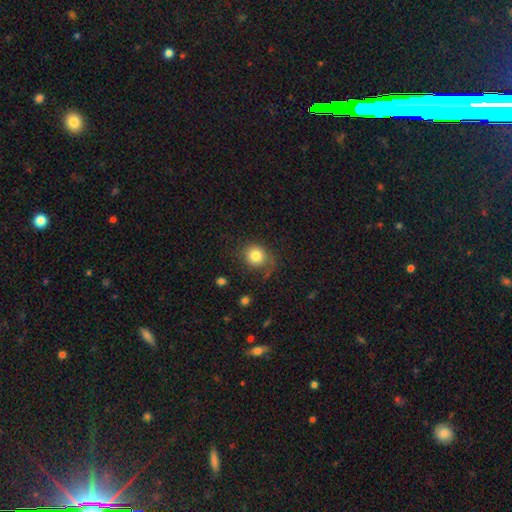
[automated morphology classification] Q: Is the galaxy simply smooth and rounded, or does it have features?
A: smooth — 80%.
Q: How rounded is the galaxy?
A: round — 79%.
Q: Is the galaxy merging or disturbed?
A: none — 63%.